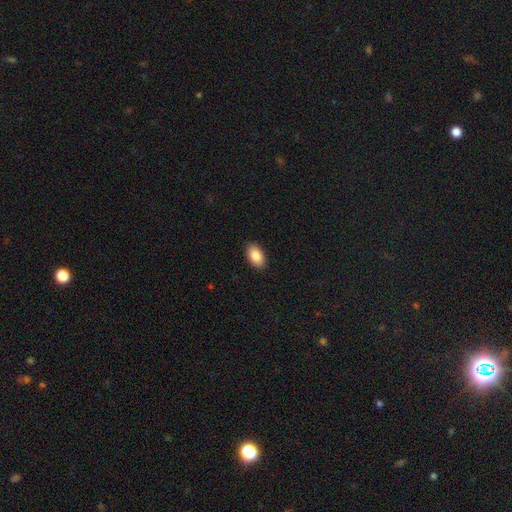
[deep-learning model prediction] Smooth or featured? Predicted: smooth (p=0.87). How rounded? Predicted: in between (p=0.94). Merging? Predicted: none (p=0.90).